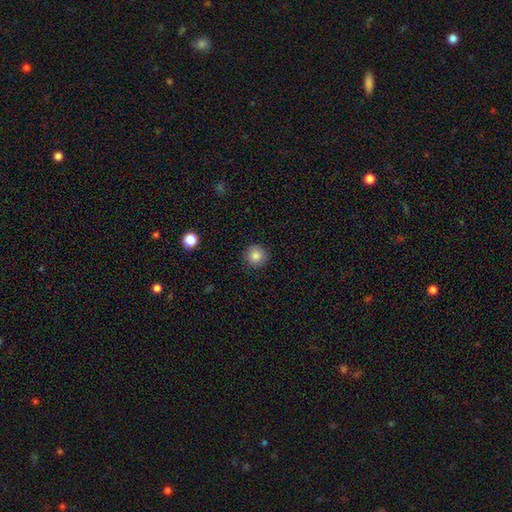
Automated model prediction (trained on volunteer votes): A smooth galaxy with no disk features (85%) that is round (94%).

Vote fractions:
- Smooth or featured? smooth: 85% / star or artifact: 10% / featured or disk: 5%
- How rounded? round: 94% / in between: 5% / cigar-shaped: 1%
- Merging? none: 91% / minor disturbance: 6% / major disturbance: 2% / merger: 1%